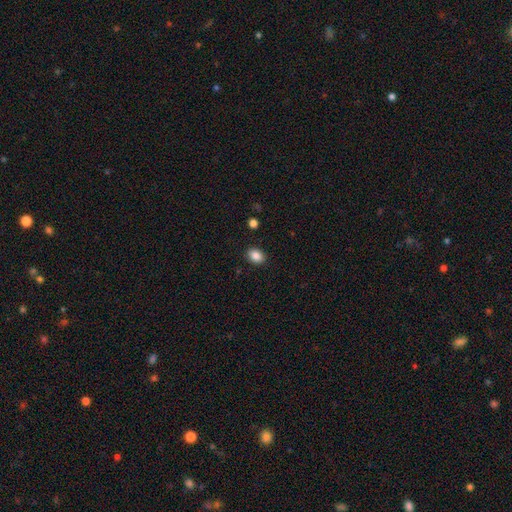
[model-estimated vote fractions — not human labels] Smooth or featured? Predicted: smooth (p=0.87). How rounded? Predicted: in between (p=0.70). Merging? Predicted: none (p=0.89).